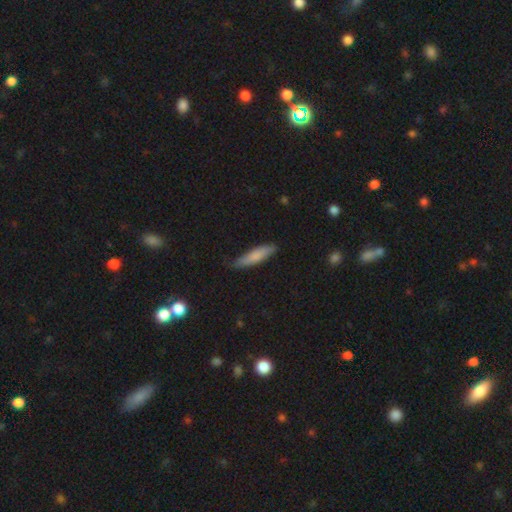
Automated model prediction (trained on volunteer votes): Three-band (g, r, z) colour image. It shows a smooth galaxy with no disk features (78%) that is cigar-shaped (77%). Merging: none (76%).